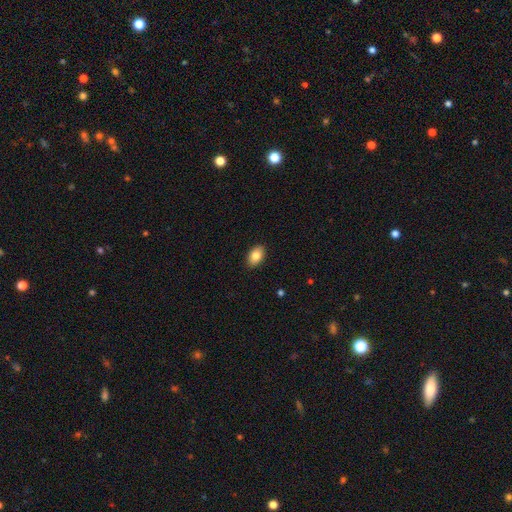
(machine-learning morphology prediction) Overall: smooth (83%). How rounded: in between (90%). Merging: none (90%).